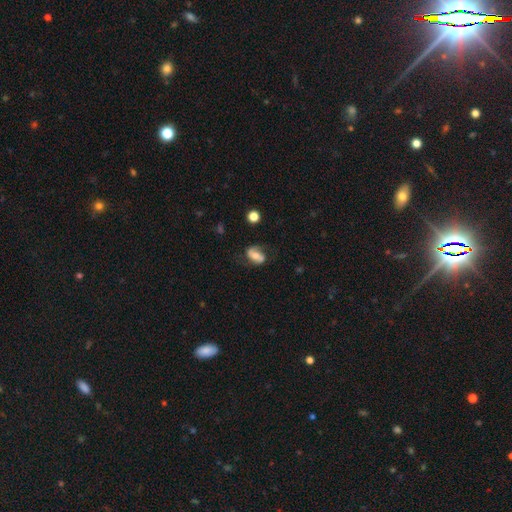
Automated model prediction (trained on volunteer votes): smooth_or_featured: featured or disk (p=0.52) [alt: smooth p=0.39]
disk_edge_on: no (p=0.95) [alt: yes p=0.05]
merging: none (p=0.61) [alt: minor disturbance p=0.23]